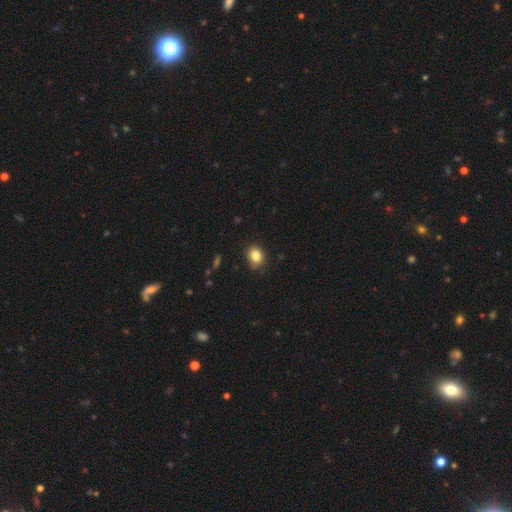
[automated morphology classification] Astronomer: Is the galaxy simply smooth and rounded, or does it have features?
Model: smooth — 83%.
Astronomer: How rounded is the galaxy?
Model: round — 54% (runner-up: in between, 46%).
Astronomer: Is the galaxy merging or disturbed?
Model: none — 81%.